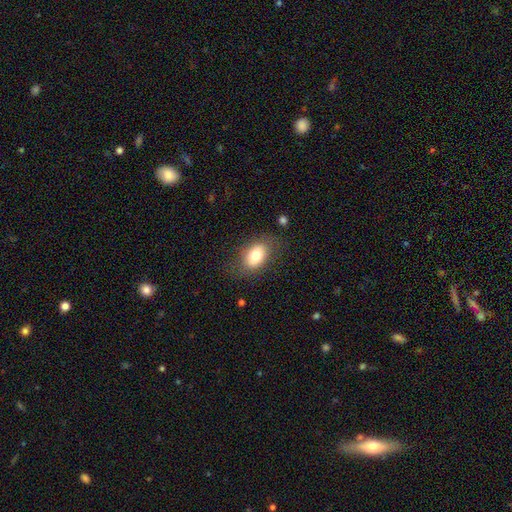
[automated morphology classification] Q: Smooth or featured?
A: smooth (78%); runner-up: featured or disk (14%)
Q: How rounded?
A: in between (86%); runner-up: round (12%)
Q: Merging?
A: none (75%); runner-up: minor disturbance (16%)